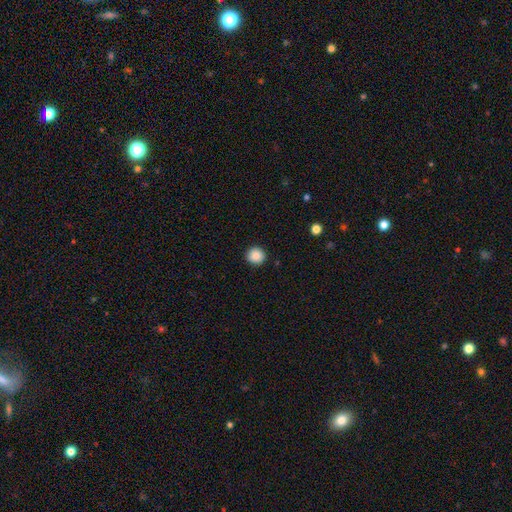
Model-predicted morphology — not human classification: Smooth or featured: smooth — 88% (star or artifact — 9%)
How rounded: round — 93% (in between — 6%)
Merging: none — 92% (minor disturbance — 5%)